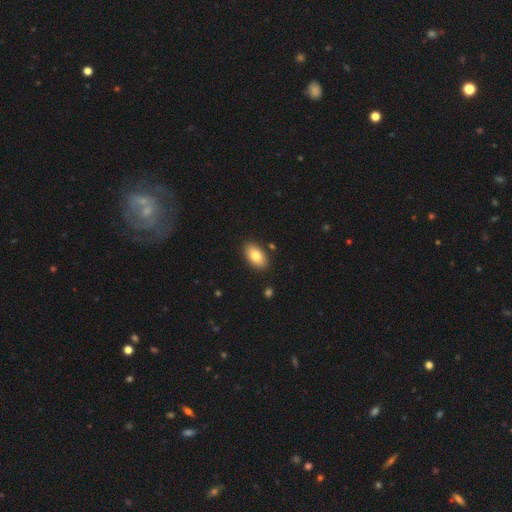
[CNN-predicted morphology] smooth 82%, featured or disk 11%, star or artifact 7%. Down the decision tree: how rounded — in between (93%); merging — none (87%).